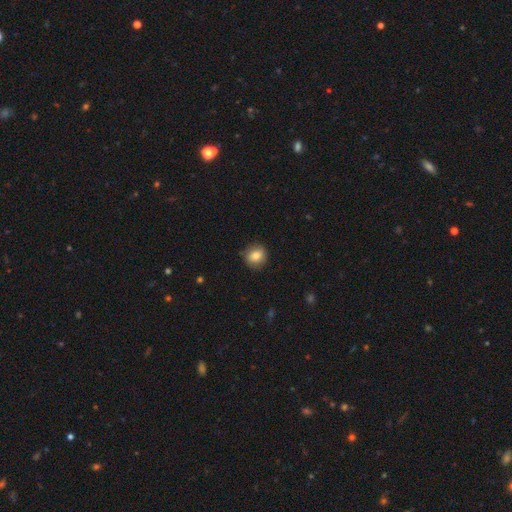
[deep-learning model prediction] Q: Smooth or featured?
A: smooth (82%); runner-up: featured or disk (9%)
Q: How rounded?
A: round (81%); runner-up: in between (18%)
Q: Merging?
A: none (86%); runner-up: minor disturbance (11%)